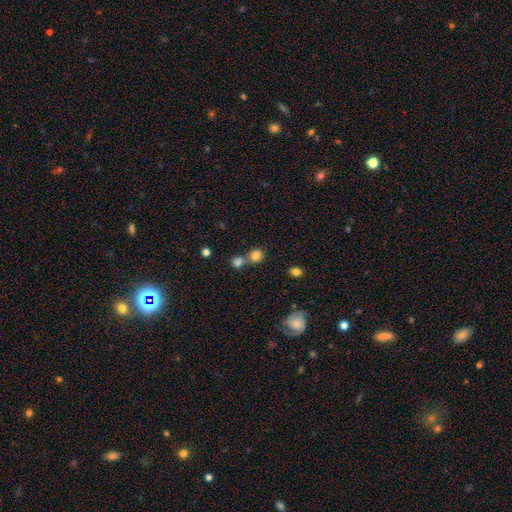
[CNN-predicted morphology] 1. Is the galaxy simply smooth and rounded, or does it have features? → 82% smooth, 11% star or artifact, 7% featured or disk.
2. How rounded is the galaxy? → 82% round, 17% in between, 1% cigar-shaped.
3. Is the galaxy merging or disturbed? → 52% none, 37% merger, 8% minor disturbance, 3% major disturbance.